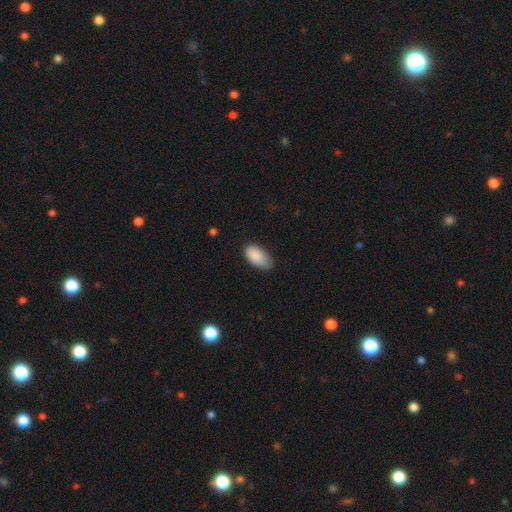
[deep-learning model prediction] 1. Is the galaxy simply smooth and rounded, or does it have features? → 89% smooth, 7% star or artifact, 5% featured or disk.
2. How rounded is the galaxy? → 95% in between, 3% round, 2% cigar-shaped.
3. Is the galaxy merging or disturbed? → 63% none, 30% minor disturbance, 5% major disturbance, 1% merger.